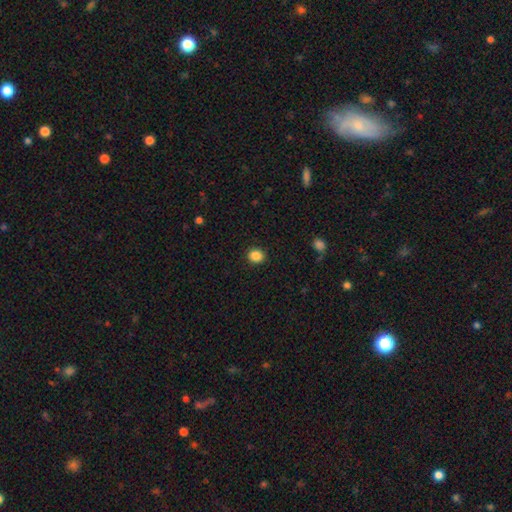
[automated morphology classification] Smooth or featured? smooth (87%)
How rounded? round (78%)
Merging? none (91%)